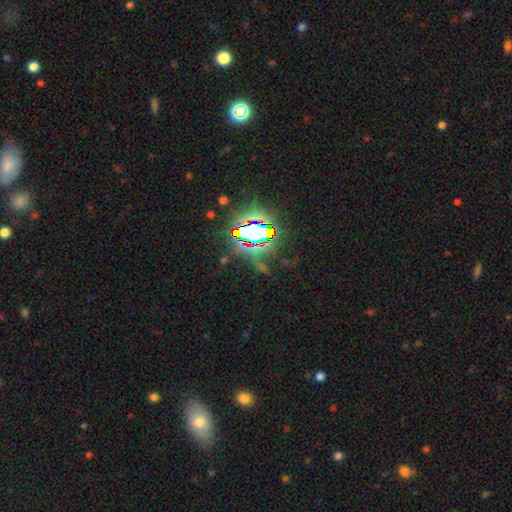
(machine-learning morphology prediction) smooth-or-featured: star or artifact: 81% | smooth: 10% | featured or disk: 9%